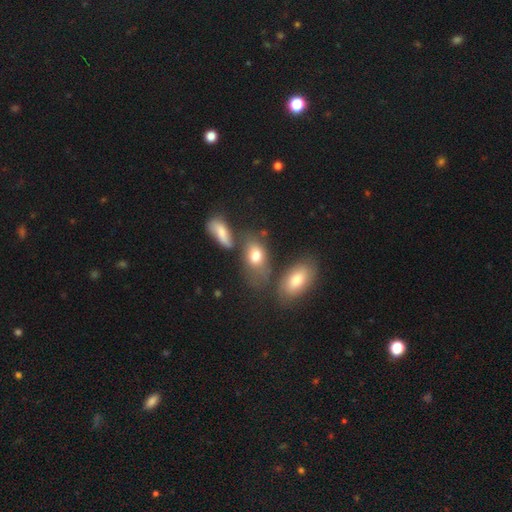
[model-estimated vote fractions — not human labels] Smooth or featured?
  - smooth: 75% *
  - featured or disk: 16%
  - star or artifact: 10%
How rounded?
  - in between: 85% *
  - round: 12%
  - cigar-shaped: 3%
Merging?
  - none: 45% *
  - merger: 23%
  - minor disturbance: 20%
  - major disturbance: 12%